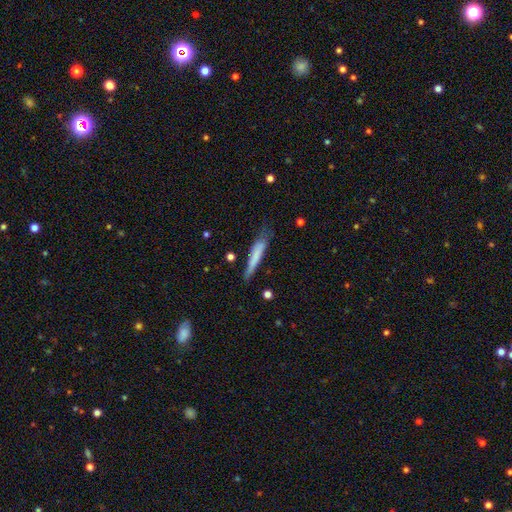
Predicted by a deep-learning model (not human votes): Smooth or featured? Predicted: smooth (p=0.71). How rounded? Predicted: cigar-shaped (p=0.91). Merging? Predicted: none (p=0.61).